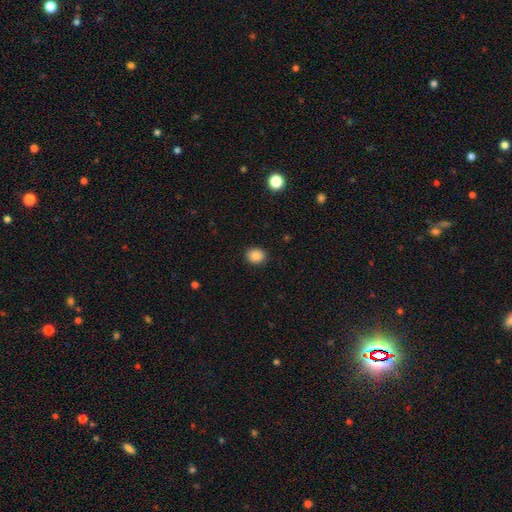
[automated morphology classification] Smooth or featured? smooth (87%)
How rounded? round (65%)
Merging? none (90%)